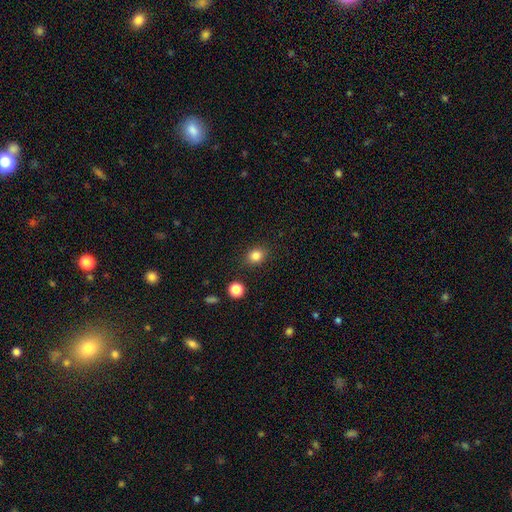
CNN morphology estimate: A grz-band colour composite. It shows a smooth galaxy with no disk features (84%) that is round (60%). Merging: none (86%).